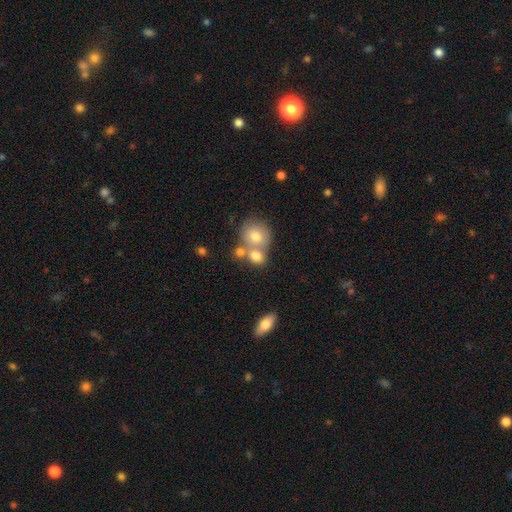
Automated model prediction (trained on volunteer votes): A smooth galaxy with no disk features (74%) that is round (61%). Merging: merger (49%).